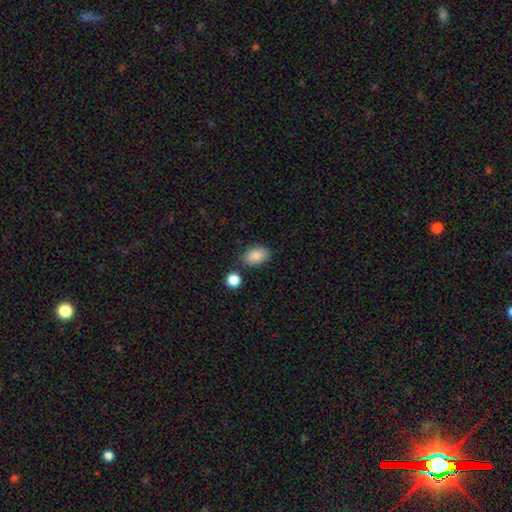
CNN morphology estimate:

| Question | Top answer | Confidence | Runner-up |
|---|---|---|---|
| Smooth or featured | smooth | 87% | star or artifact (8%) |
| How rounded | in between | 90% | round (8%) |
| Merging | none | 78% | minor disturbance (13%) |